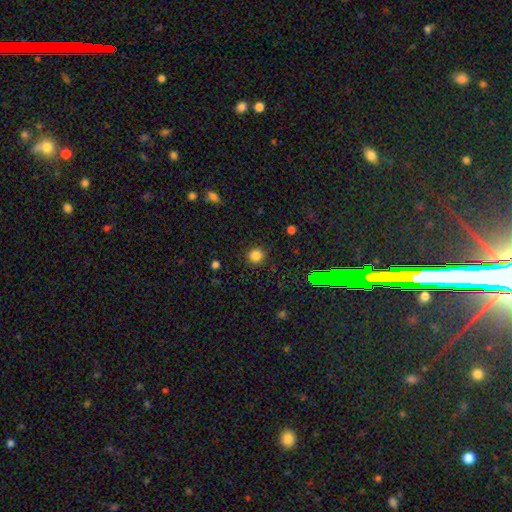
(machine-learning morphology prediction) Q: Smooth or featured?
A: smooth (82%); runner-up: star or artifact (14%)
Q: How rounded?
A: round (92%); runner-up: in between (7%)
Q: Merging?
A: none (90%); runner-up: minor disturbance (6%)